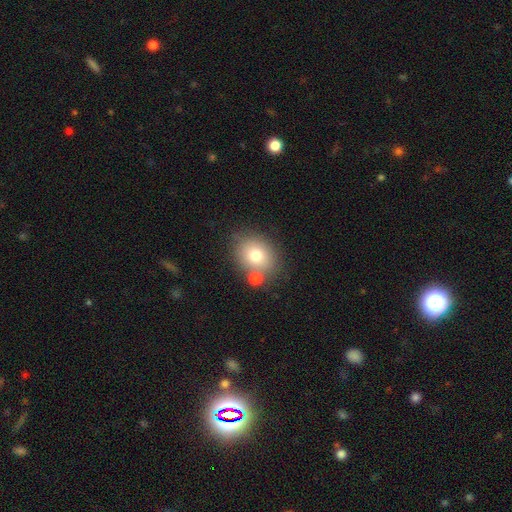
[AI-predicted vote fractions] Smooth or featured? smooth (75%)
How rounded? in between (50%)
Merging? none (65%)